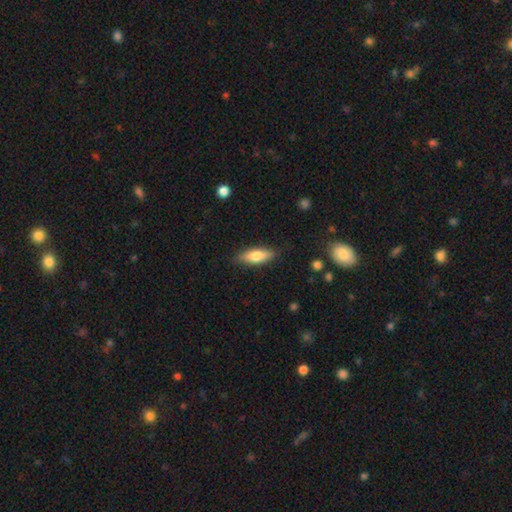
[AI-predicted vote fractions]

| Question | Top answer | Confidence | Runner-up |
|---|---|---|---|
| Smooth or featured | smooth | 68% | featured or disk (26%) |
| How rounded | in between | 59% | cigar-shaped (39%) |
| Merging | none | 85% | minor disturbance (12%) |